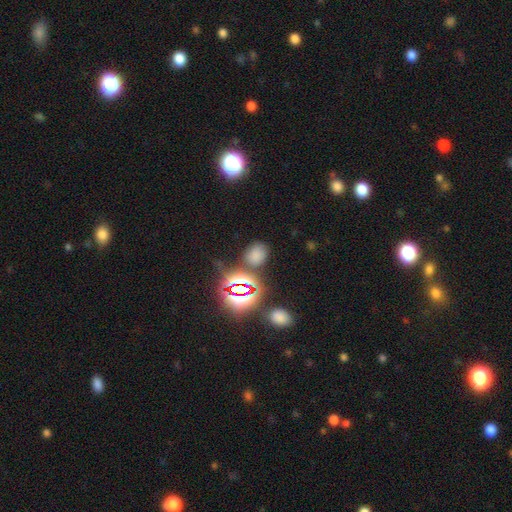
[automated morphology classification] A smooth galaxy with no disk features (64%) that is round (53%).

Vote fractions:
- Smooth or featured? smooth: 64% / star or artifact: 30% / featured or disk: 6%
- How rounded? round: 53% / in between: 46% / cigar-shaped: 2%
- Merging? none: 73% / minor disturbance: 14% / merger: 7% / major disturbance: 5%